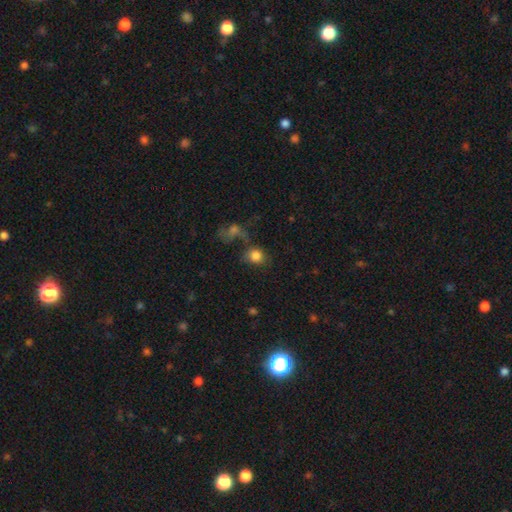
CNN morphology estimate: A smooth galaxy with no disk features (82%) that is round (74%). Merging: none (51%).